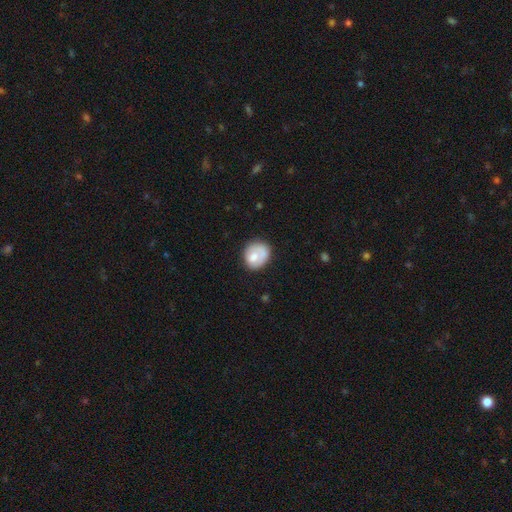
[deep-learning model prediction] Smooth or featured?
  - smooth: 66% *
  - featured or disk: 28%
  - star or artifact: 7%
How rounded?
  - round: 70% *
  - in between: 29%
  - cigar-shaped: 1%
Merging?
  - none: 60% *
  - minor disturbance: 23%
  - major disturbance: 11%
  - merger: 6%